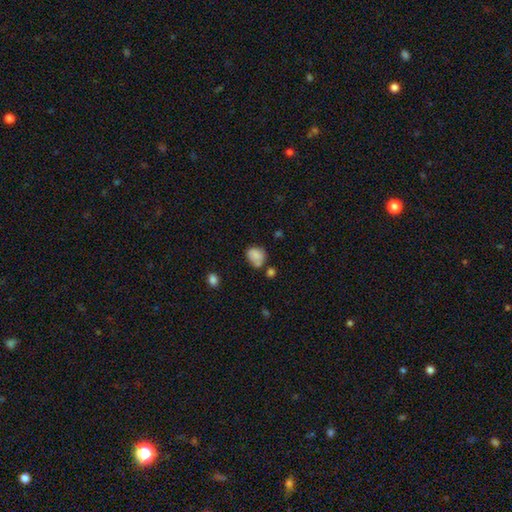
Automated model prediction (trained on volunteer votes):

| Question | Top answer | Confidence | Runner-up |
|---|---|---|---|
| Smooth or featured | smooth | 82% | star or artifact (9%) |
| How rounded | in between | 50% | round (49%) |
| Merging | none | 48% | minor disturbance (29%) |